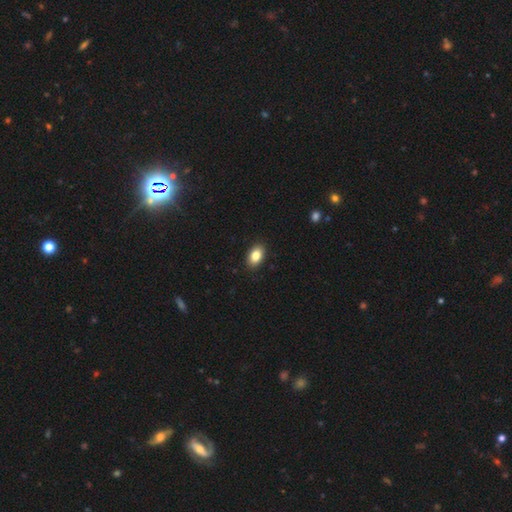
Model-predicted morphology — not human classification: This appears to be a smooth galaxy with no disk features (84%) that is in between round and cigar-shaped (88%). Merging: none (90%).